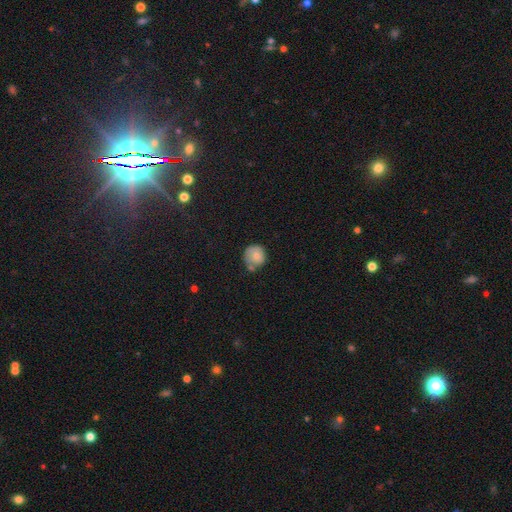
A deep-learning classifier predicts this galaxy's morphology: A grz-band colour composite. It shows a smooth galaxy with no disk features (73%) that is round (88%). Merging: none (56%).